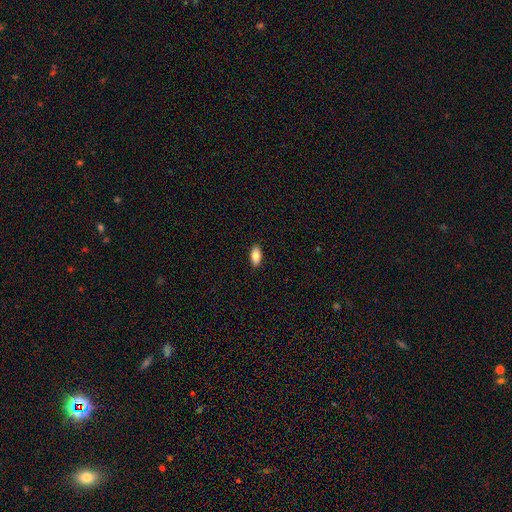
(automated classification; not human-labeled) Q: Smooth or featured?
A: smooth (85%); runner-up: featured or disk (9%)
Q: How rounded?
A: in between (90%); runner-up: cigar-shaped (8%)
Q: Merging?
A: none (90%); runner-up: minor disturbance (8%)